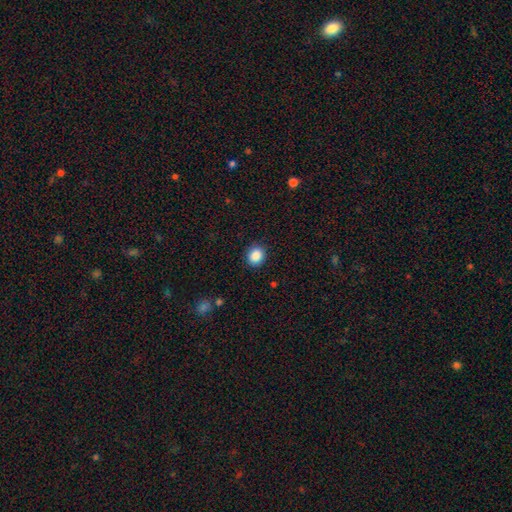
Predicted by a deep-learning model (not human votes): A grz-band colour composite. It shows a smooth galaxy with no disk features (88%) that is round (75%). Merging: none (90%).